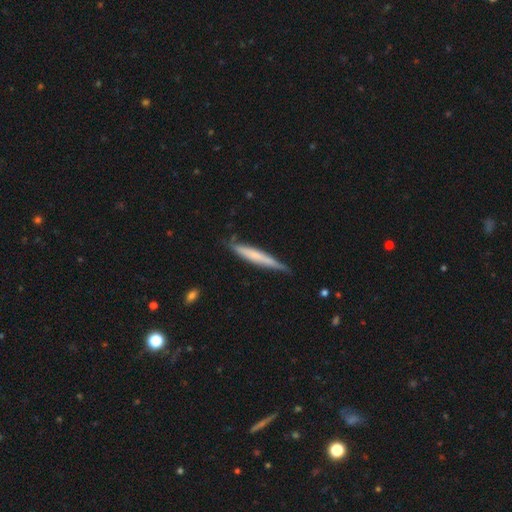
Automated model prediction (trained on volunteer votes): This is possibly a smooth galaxy (55%). How rounded: clearly cigar-shaped (95%). Merging: likely none (74%).